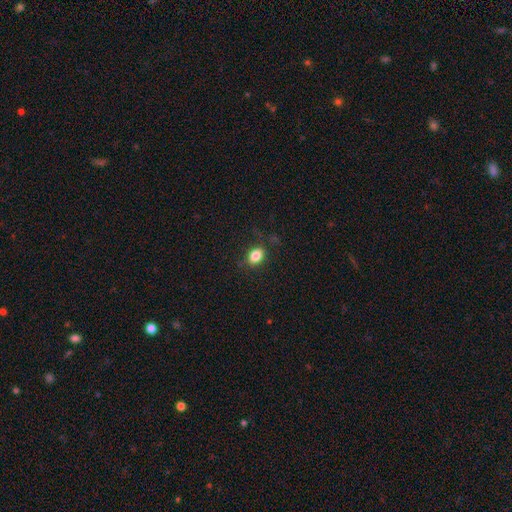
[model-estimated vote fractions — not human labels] Q: Smooth or featured?
A: smooth (83%); runner-up: star or artifact (10%)
Q: How rounded?
A: in between (75%); runner-up: round (23%)
Q: Merging?
A: none (82%); runner-up: minor disturbance (13%)